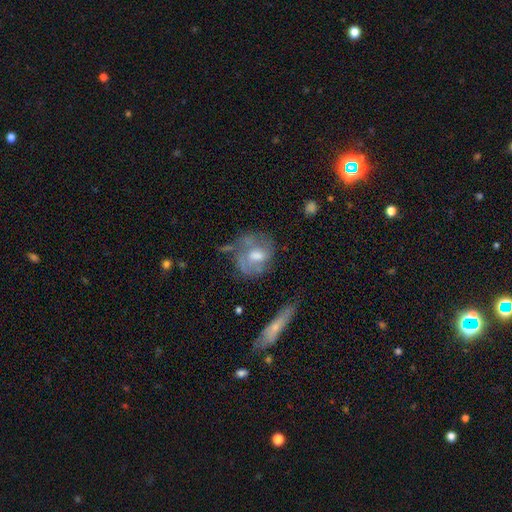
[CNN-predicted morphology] A featured or disk galaxy (63%) with no bar (63%), spiral arms (63%) and a moderate central bulge (57%).

Vote fractions:
- Smooth or featured? featured or disk: 63% / smooth: 28% / star or artifact: 9%
- Edge-on disk? no: 94% / yes: 6%
- Bar? no: 63% / weak: 30% / strong: 7%
- Spiral arms? yes: 63% / no: 37%
- Bulge size? moderate: 57% / large: 19% / small: 15% / none: 8% / dominant: 2%
- Merging? none: 49% / minor disturbance: 24% / major disturbance: 20% / merger: 7%